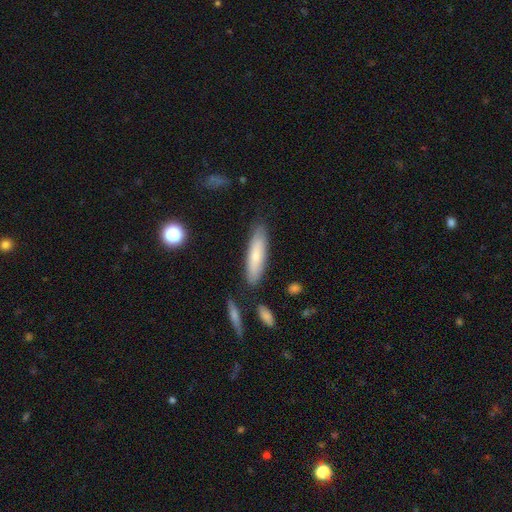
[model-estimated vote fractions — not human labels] Morphology: type=smooth (68%); roundness=cigar-shaped (72%); merging=none (82%).